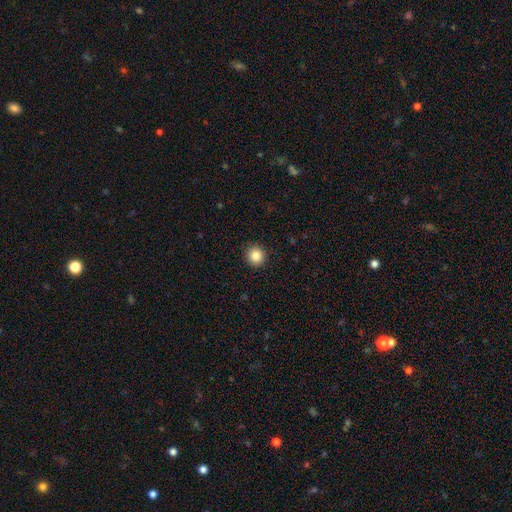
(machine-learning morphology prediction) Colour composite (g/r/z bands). It shows a smooth galaxy with no disk features (85%) that is round (94%). Merging: none (92%).